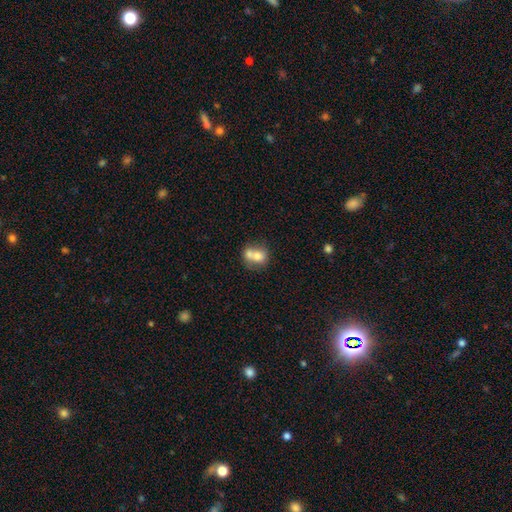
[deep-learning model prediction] Overall: smooth (69%). How rounded: round (61%; in between 38%). Merging: merger (63%; none 25%).